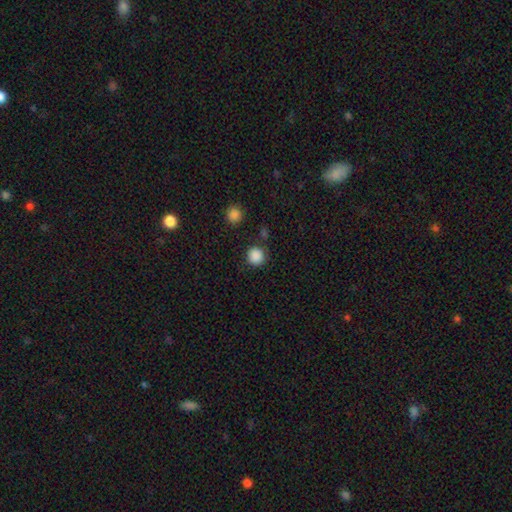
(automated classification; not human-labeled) This is clearly a smooth galaxy (87%). How rounded: clearly round (94%). Merging: clearly none (85%).